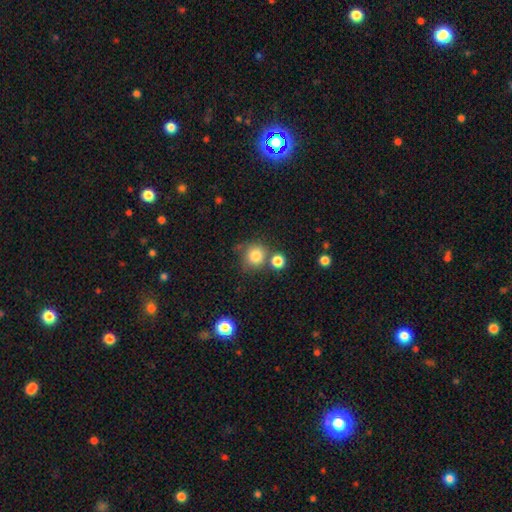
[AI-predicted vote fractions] Smooth or featured?
  - smooth: 82% *
  - star or artifact: 11%
  - featured or disk: 6%
How rounded?
  - round: 91% *
  - in between: 8%
  - cigar-shaped: 1%
Merging?
  - none: 69% *
  - merger: 17%
  - minor disturbance: 10%
  - major disturbance: 3%